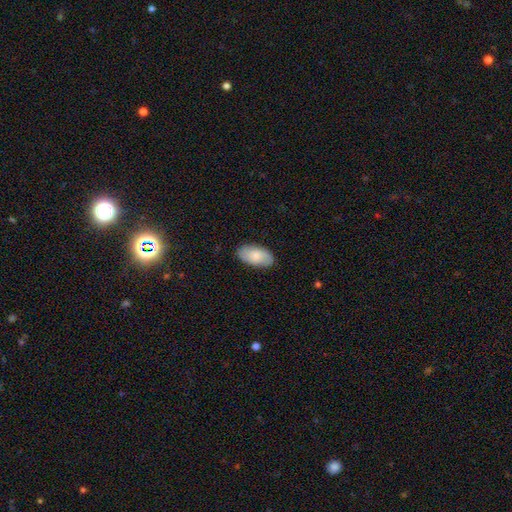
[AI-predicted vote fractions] A smooth galaxy with no disk features (76%) that is in between round and cigar-shaped (95%). Merging: none (86%).